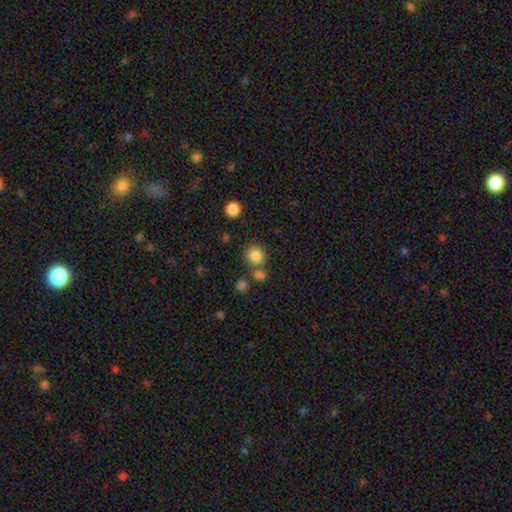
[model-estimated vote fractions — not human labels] smooth_or_featured: smooth (p=0.83) [alt: star or artifact p=0.12]
how_rounded: round (p=0.85) [alt: in between p=0.14]
merging: none (p=0.70) [alt: merger p=0.17]